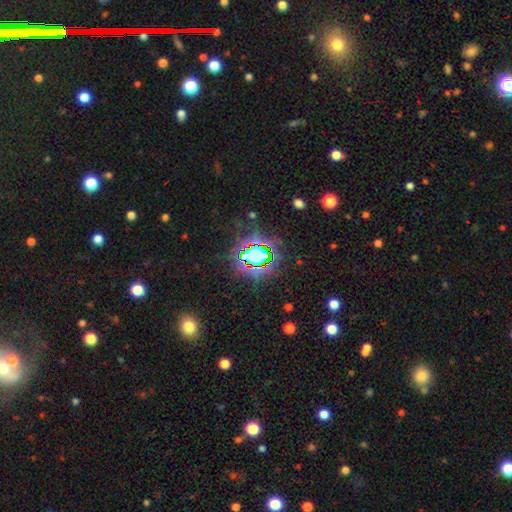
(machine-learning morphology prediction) type=star or artifact (72%).